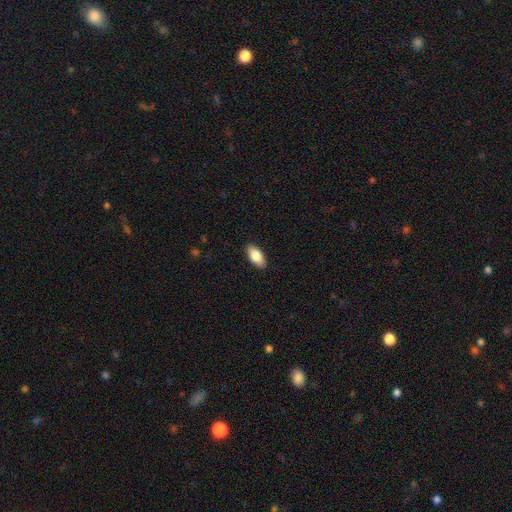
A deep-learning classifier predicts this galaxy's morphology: This is clearly a smooth galaxy (83%). How rounded: clearly in between (90%). Merging: clearly none (89%).